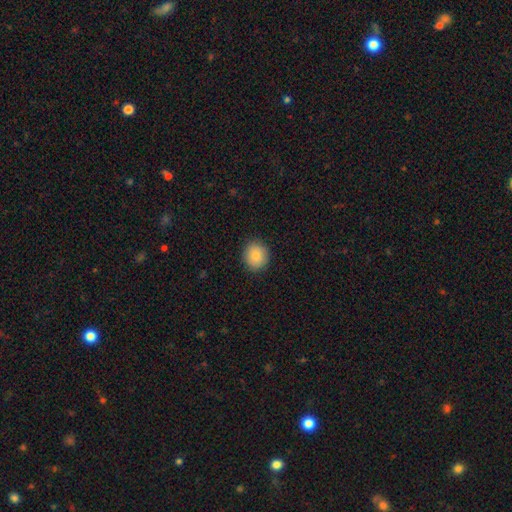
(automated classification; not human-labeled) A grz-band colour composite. It shows a smooth galaxy with no disk features (86%) that is round (82%). Merging: none (89%).